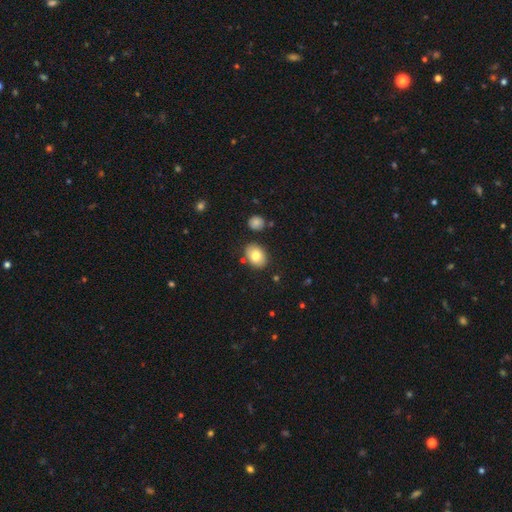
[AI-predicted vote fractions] Smooth or featured? smooth (80%)
How rounded? in between (72%)
Merging? none (83%)